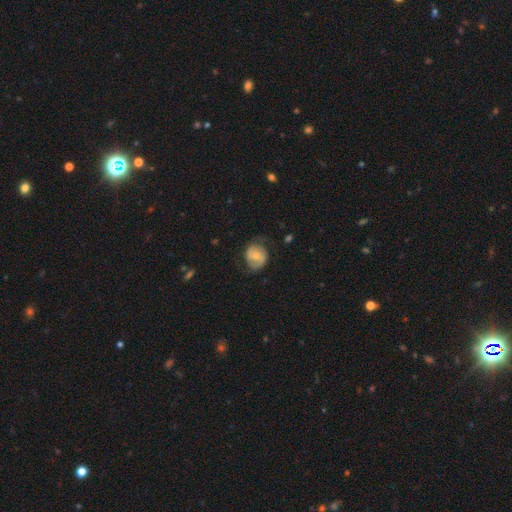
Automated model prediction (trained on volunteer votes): Smooth or featured: featured or disk — 63% (smooth — 30%)
Edge-on disk: no — 98% (yes — 2%)
Bar: no — 56% (weak — 35%)
Spiral arms: yes — 87% (no — 13%)
Spiral winding: medium — 45% (tight — 29%)
Spiral arm count: 2 — 84% (can't tell — 9%)
Bulge size: small — 51% (moderate — 41%)
Merging: none — 65% (minor disturbance — 22%)